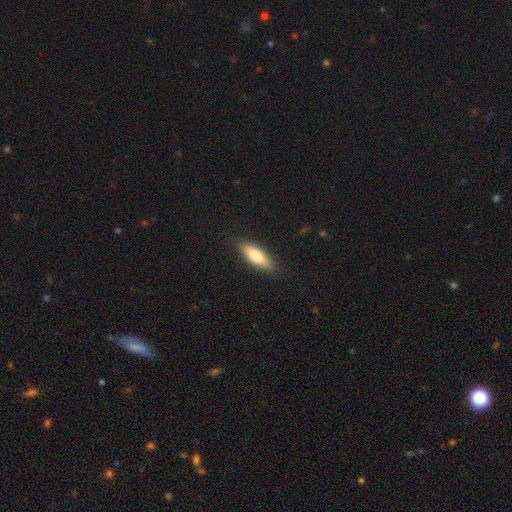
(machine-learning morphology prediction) Smooth or featured? smooth (70%)
How rounded? in between (50%)
Merging? none (88%)